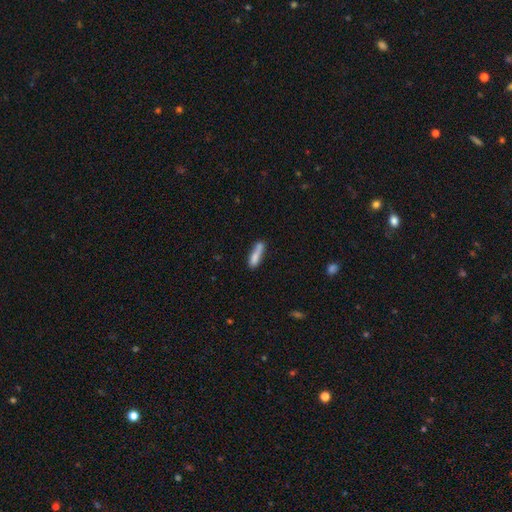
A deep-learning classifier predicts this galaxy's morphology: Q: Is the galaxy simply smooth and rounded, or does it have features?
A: smooth — 75%.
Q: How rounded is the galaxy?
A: cigar-shaped — 70%.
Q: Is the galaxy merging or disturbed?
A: none — 48%.